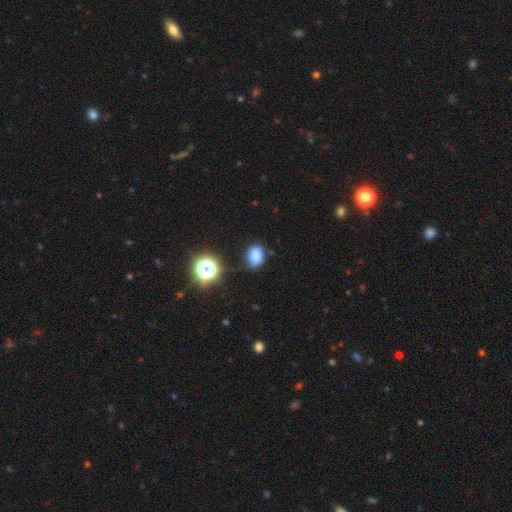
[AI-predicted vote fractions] Morphology: type=smooth (80%); roundness=in between (72%); merging=none (70%).